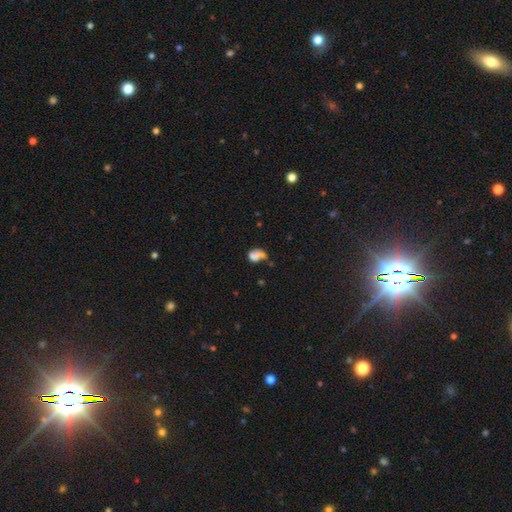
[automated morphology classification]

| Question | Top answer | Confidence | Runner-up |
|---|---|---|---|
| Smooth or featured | smooth | 63% | featured or disk (22%) |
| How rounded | in between | 72% | round (26%) |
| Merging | merger | 34% | none (24%) |